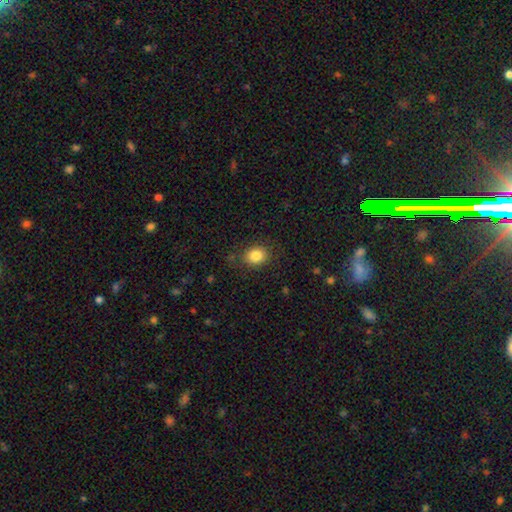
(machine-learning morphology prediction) Smooth or featured: smooth — 84% (star or artifact — 10%)
How rounded: round — 57% (in between — 42%)
Merging: none — 84% (minor disturbance — 11%)